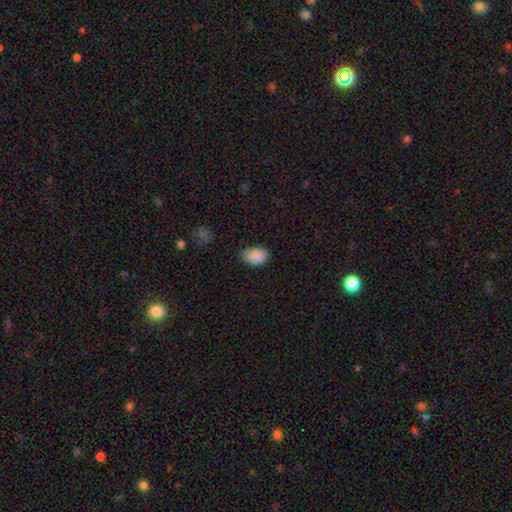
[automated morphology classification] smooth-or-featured: smooth: 88% | star or artifact: 8% | featured or disk: 4%
  how-rounded: in between: 88% | round: 11% | cigar-shaped: 1%
  merging: none: 75% | minor disturbance: 21% | major disturbance: 3% | merger: 1%